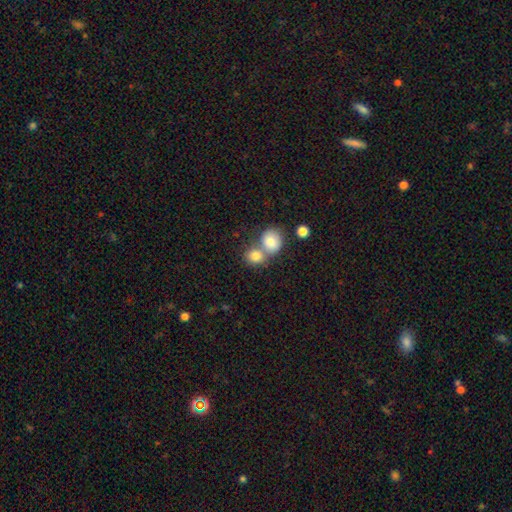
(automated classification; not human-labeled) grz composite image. It shows a smooth galaxy with no disk features (80%) that is round (73%). Merging: merger (53%).